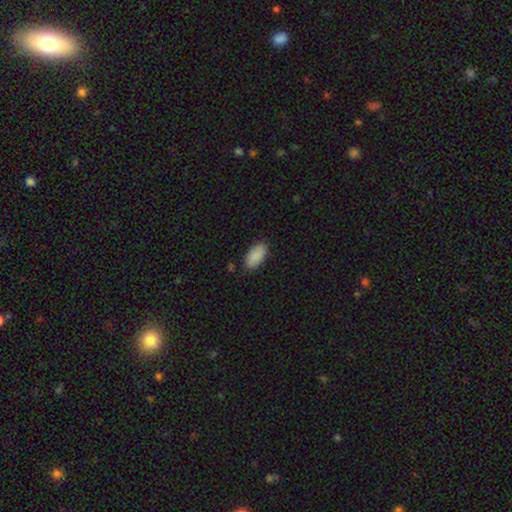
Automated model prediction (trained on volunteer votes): Overall: smooth (89%). How rounded: in between (92%). Merging: none (85%).